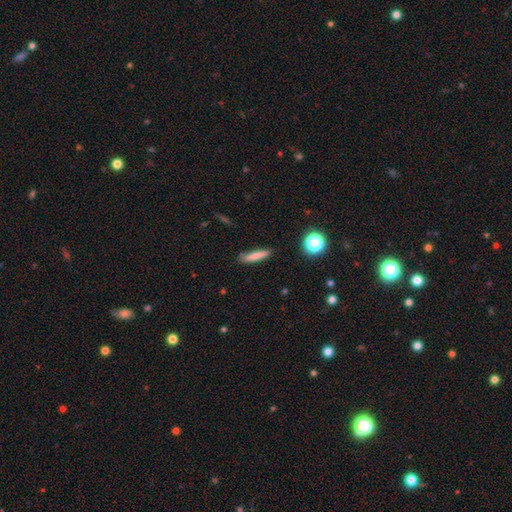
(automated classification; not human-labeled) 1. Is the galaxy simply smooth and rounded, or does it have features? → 79% smooth, 12% featured or disk, 9% star or artifact.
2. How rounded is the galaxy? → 86% cigar-shaped, 11% in between, 2% round.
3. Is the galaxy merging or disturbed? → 82% none, 13% minor disturbance, 3% major disturbance, 2% merger.